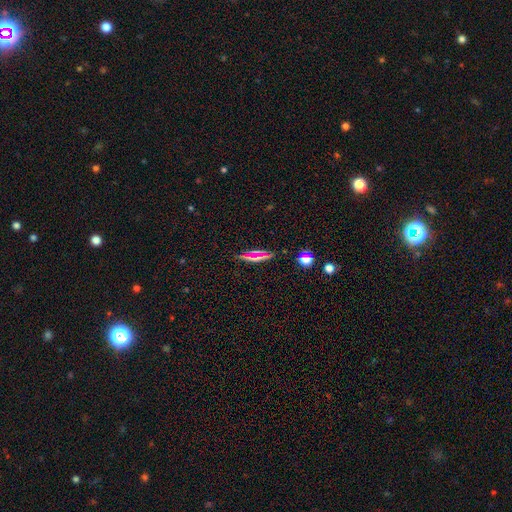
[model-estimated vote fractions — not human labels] The model was most divided on "how rounded": cigar-shaped: 52%, in between: 39%, round: 9%. More confident: merging — none (83%); smooth or featured — smooth (58%).